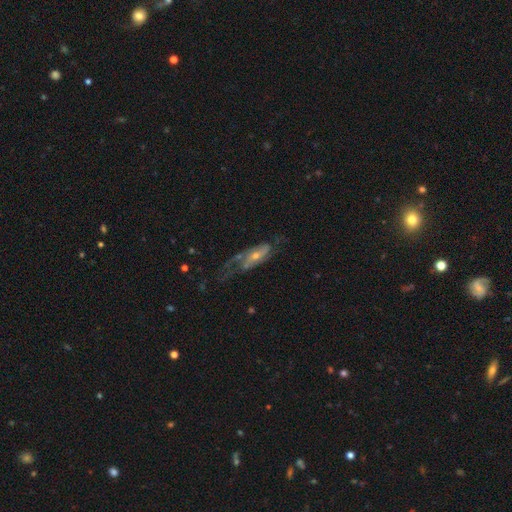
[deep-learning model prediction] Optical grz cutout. It shows a featured or disk galaxy (72%) with no bar (56%), spiral arms (80%) and a small central bulge (54%). Merging: none (40%).